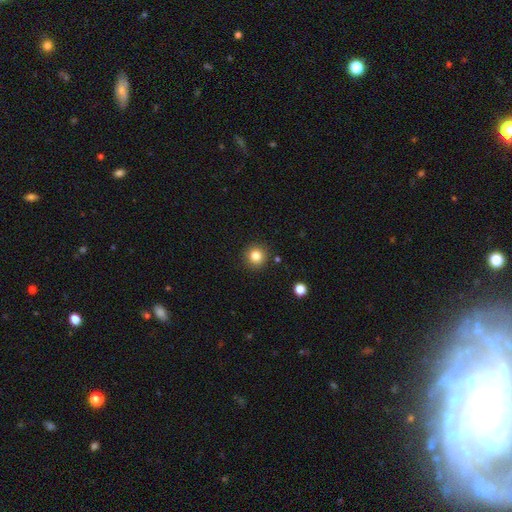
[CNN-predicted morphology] type=smooth (82%); roundness=round (94%); merging=none (90%).